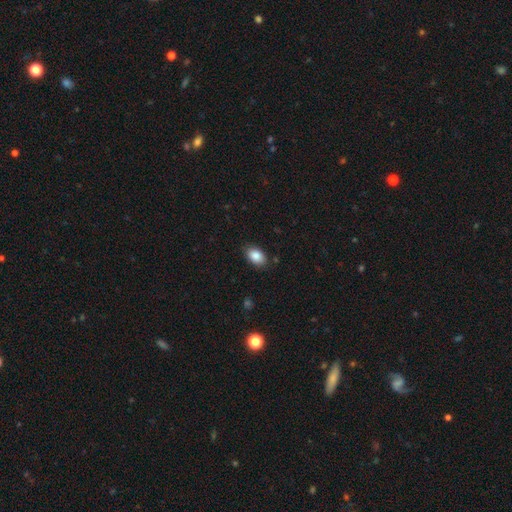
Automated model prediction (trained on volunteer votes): Smooth or featured? smooth (86%)
How rounded? in between (88%)
Merging? none (84%)